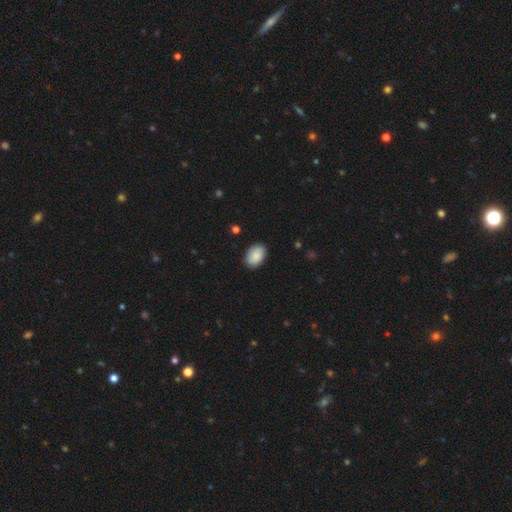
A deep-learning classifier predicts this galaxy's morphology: smooth_or_featured: smooth (p=0.87) [alt: featured or disk p=0.07]
how_rounded: in between (p=0.88) [alt: round p=0.11]
merging: none (p=0.87) [alt: minor disturbance p=0.10]